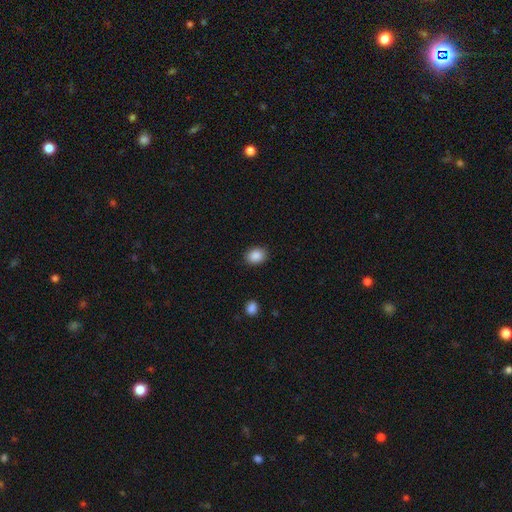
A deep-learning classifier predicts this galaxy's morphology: This appears to be a smooth galaxy with no disk features (88%) that is in between round and cigar-shaped (61%). Merging: none (89%).